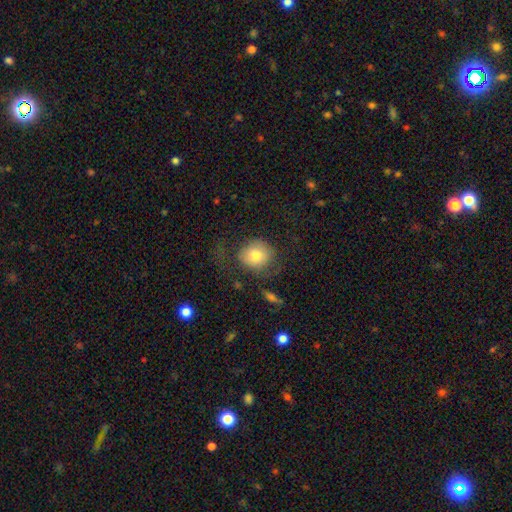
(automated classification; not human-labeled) The model was most divided on "merging": none: 57%, major disturbance: 21%, minor disturbance: 19%, merger: 3%. More confident: how rounded — round (77%); smooth or featured — smooth (75%).